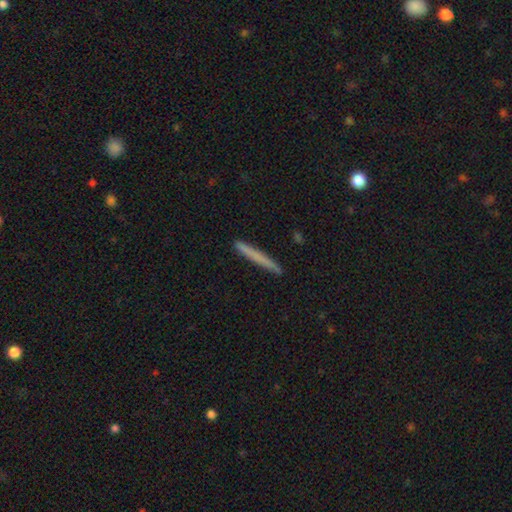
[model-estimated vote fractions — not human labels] Smooth or featured?
  - smooth: 67% *
  - featured or disk: 27%
  - star or artifact: 6%
How rounded?
  - cigar-shaped: 97% *
  - in between: 2%
  - round: 1%
Merging?
  - none: 91% *
  - minor disturbance: 7%
  - major disturbance: 1%
  - merger: 1%